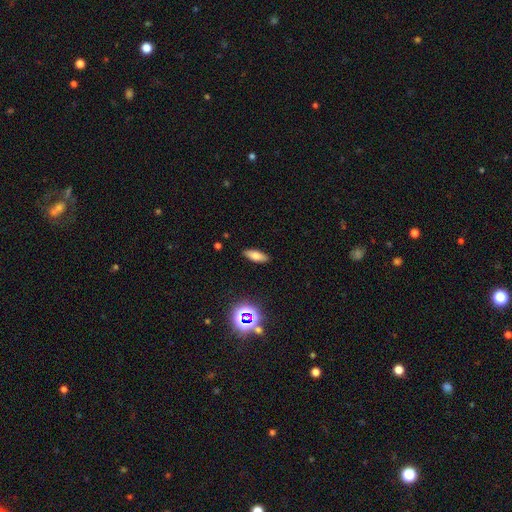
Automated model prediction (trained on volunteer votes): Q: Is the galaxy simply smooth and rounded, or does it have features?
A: smooth — 73%.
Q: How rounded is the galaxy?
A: in between — 69%.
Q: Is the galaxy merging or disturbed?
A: none — 89%.